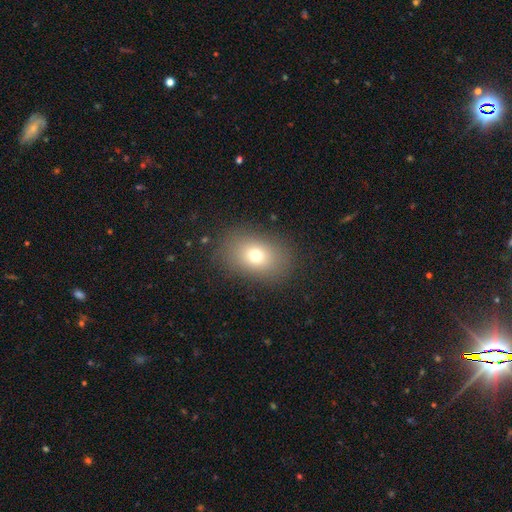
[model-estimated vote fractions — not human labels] Smooth or featured? smooth (72%)
How rounded? in between (72%)
Merging? none (85%)